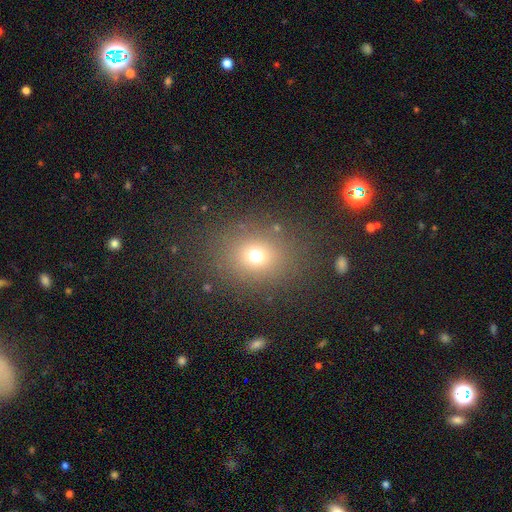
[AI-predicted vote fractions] Smooth or featured: smooth — 70% (star or artifact — 19%)
How rounded: round — 64% (in between — 35%)
Merging: none — 82% (minor disturbance — 10%)